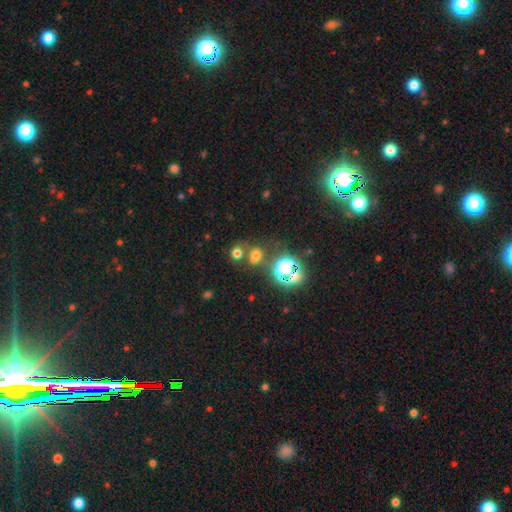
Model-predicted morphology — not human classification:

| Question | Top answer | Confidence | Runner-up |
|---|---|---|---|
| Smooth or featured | smooth | 59% | star or artifact (32%) |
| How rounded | round | 69% | in between (29%) |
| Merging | none | 59% | merger (23%) |